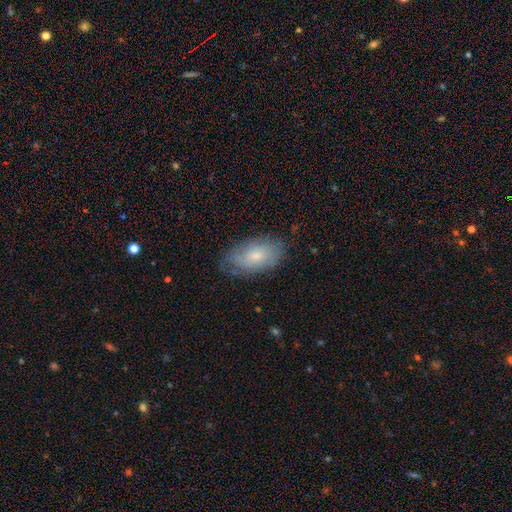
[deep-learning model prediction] This appears to be a smooth galaxy with no disk features (61%) that is in between round and cigar-shaped (93%). Merging: none (75%).